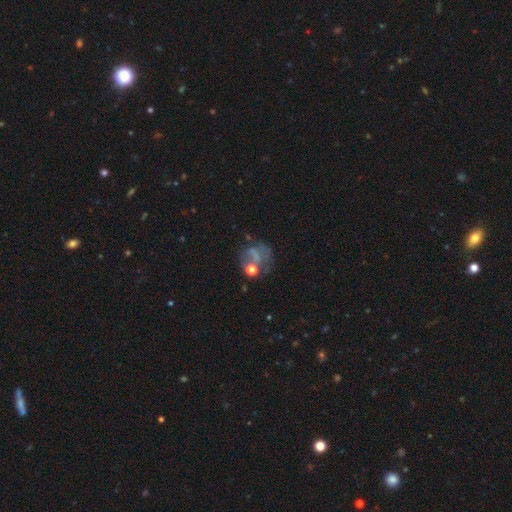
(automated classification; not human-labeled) Overall: smooth (42%; featured or disk 36%). Merging: none (35%, tied with major disturbance).